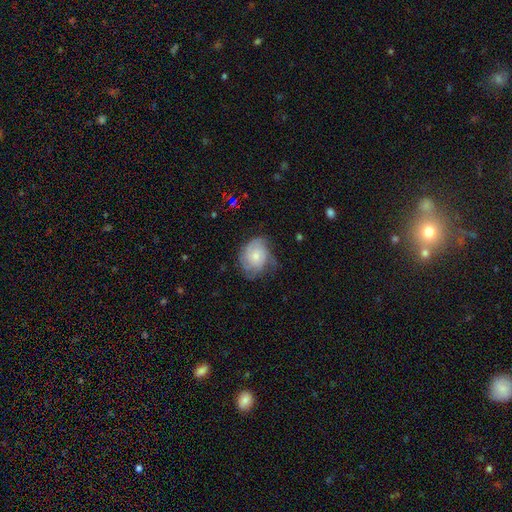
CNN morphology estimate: Smooth or featured: featured or disk — 58% (smooth — 35%)
Edge-on disk: no — 97% (yes — 3%)
Bar: no — 79% (weak — 18%)
Spiral arms: yes — 85% (no — 15%)
Bulge size: small — 55% (moderate — 37%)
Merging: none — 53% (minor disturbance — 31%)